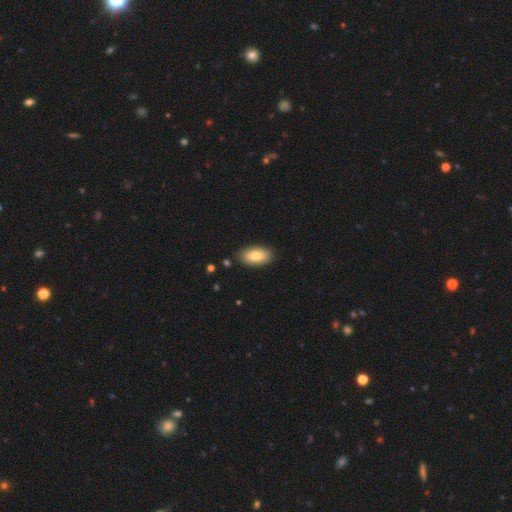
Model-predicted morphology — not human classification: Smooth or featured?
  - smooth: 81% *
  - featured or disk: 13%
  - star or artifact: 6%
How rounded?
  - in between: 93% *
  - cigar-shaped: 4%
  - round: 3%
Merging?
  - none: 87% *
  - minor disturbance: 9%
  - major disturbance: 2%
  - merger: 2%